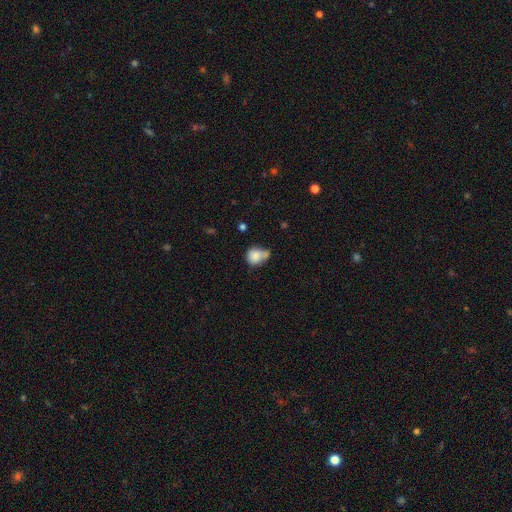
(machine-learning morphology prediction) Overall: smooth (82%). How rounded: round (71%). Merging: none (37%; merger 35%).